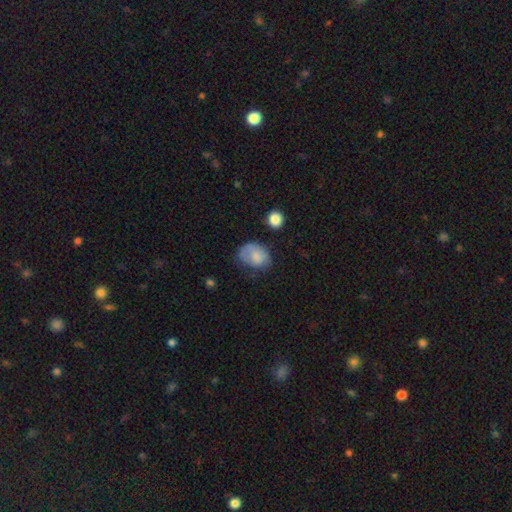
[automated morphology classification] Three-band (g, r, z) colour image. It shows a smooth galaxy with no disk features (67%) that is in between round and cigar-shaped (67%). Merging: none (43%).